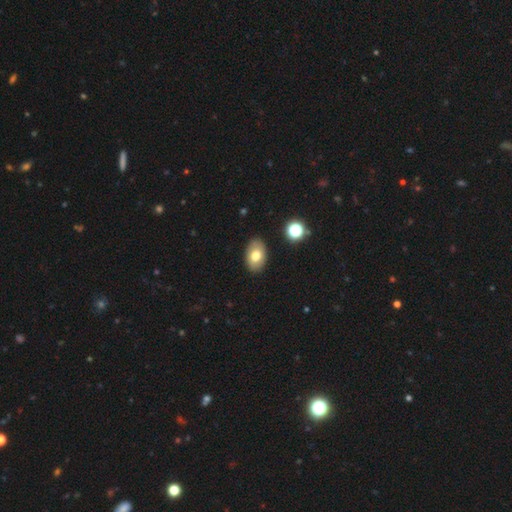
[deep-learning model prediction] smooth_or_featured: smooth (p=0.74) [alt: featured or disk p=0.18]
how_rounded: in between (p=0.87) [alt: round p=0.12]
merging: none (p=0.88) [alt: minor disturbance p=0.08]